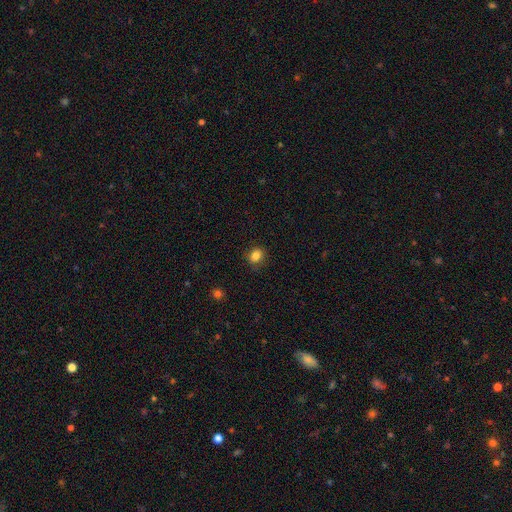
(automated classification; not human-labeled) smooth 84%, star or artifact 11%, featured or disk 5%. Down the decision tree: how rounded — round (63%); merging — none (86%).